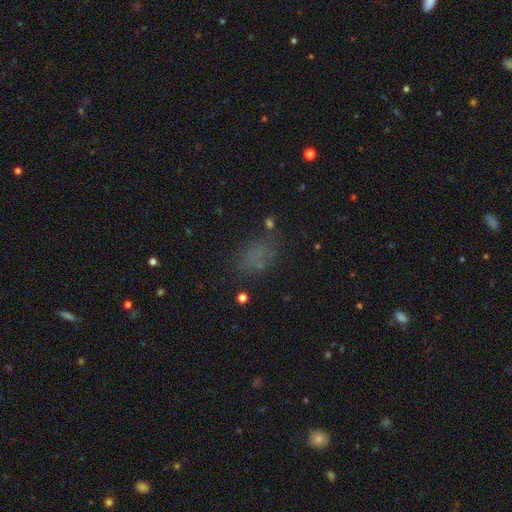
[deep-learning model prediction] This appears to be a smooth galaxy with no disk features (62%) that is in between round and cigar-shaped (80%). Merging: none (62%).